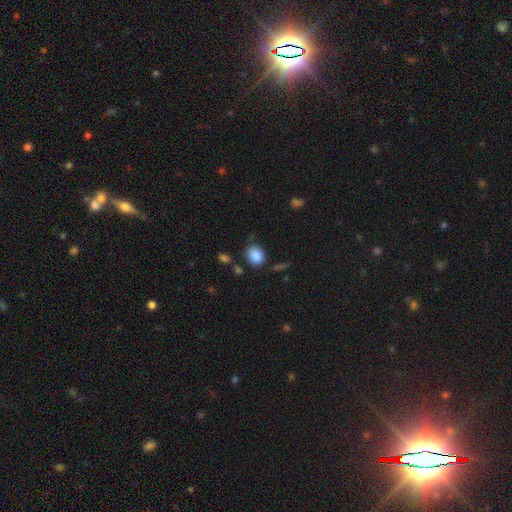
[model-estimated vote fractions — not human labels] smooth_or_featured: smooth (p=0.87) [alt: star or artifact p=0.09]
how_rounded: in between (p=0.62) [alt: round p=0.37]
merging: none (p=0.75) [alt: minor disturbance p=0.16]